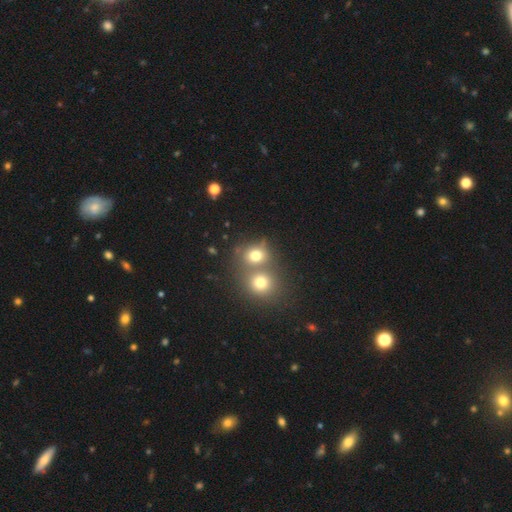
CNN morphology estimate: smooth 72%, star or artifact 16%, featured or disk 12%. Down the decision tree: how rounded — round (77%); merging — merger (50%).